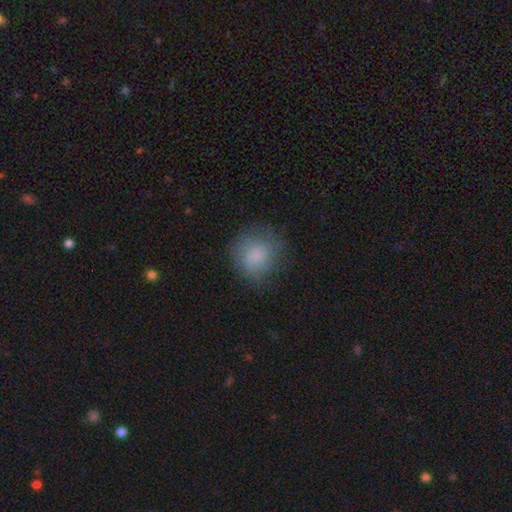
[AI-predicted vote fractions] Smooth or featured? Predicted: smooth (p=0.79). How rounded? Predicted: round (p=0.85). Merging? Predicted: none (p=0.72).